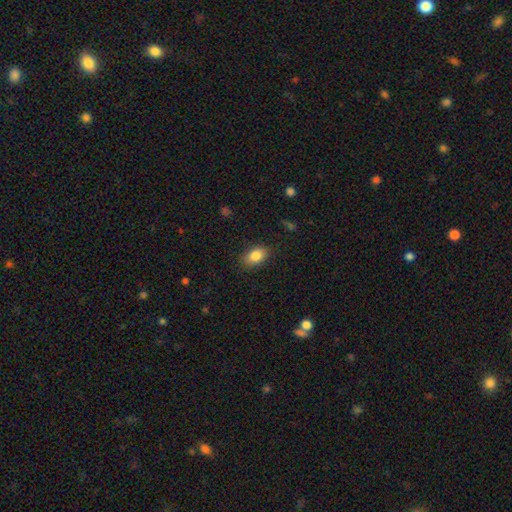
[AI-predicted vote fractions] Smooth or featured: smooth — 85% (star or artifact — 8%)
How rounded: in between — 87% (round — 11%)
Merging: none — 85% (minor disturbance — 11%)